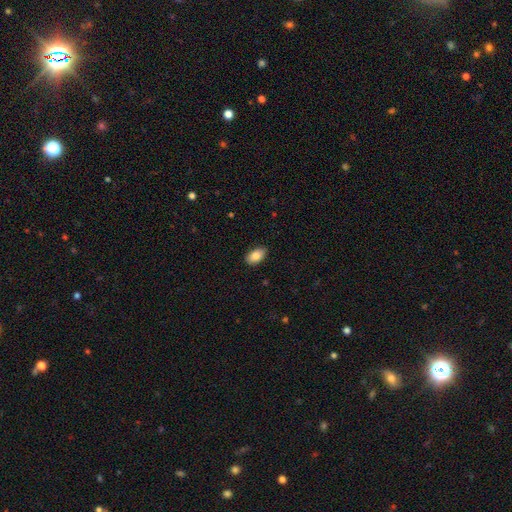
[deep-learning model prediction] Smooth or featured: smooth — 85% (featured or disk — 8%)
How rounded: in between — 93% (round — 5%)
Merging: none — 87% (minor disturbance — 10%)